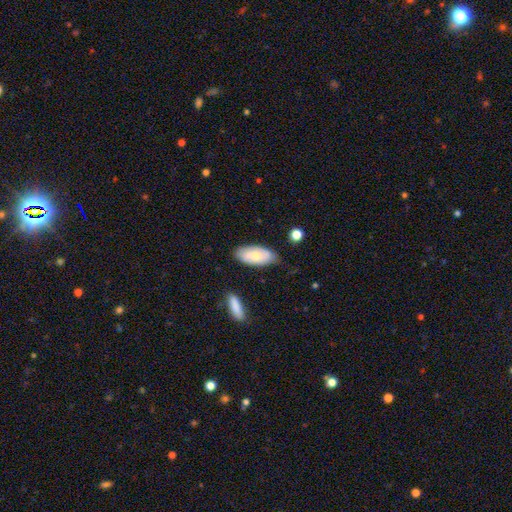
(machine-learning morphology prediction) A smooth galaxy with no disk features (64%) that is in between round and cigar-shaped (91%).

Vote fractions:
- Smooth or featured? smooth: 64% / featured or disk: 30% / star or artifact: 6%
- How rounded? in between: 91% / cigar-shaped: 7% / round: 2%
- Merging? none: 75% / minor disturbance: 19% / major disturbance: 3% / merger: 3%